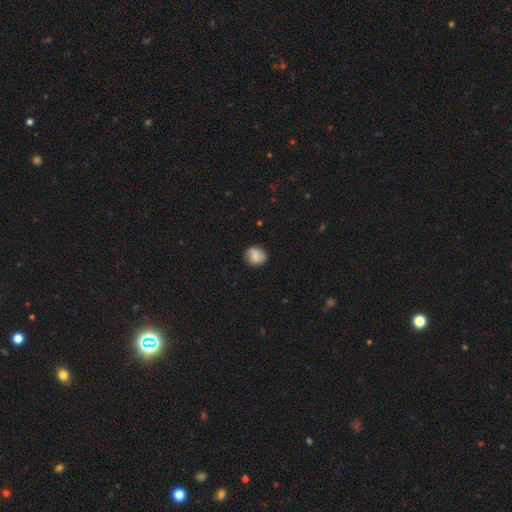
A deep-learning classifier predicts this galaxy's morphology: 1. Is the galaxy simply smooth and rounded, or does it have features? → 63% smooth, 29% featured or disk, 8% star or artifact.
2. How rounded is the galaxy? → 72% round, 27% in between, 1% cigar-shaped.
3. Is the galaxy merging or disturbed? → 79% none, 15% minor disturbance, 4% major disturbance, 1% merger.